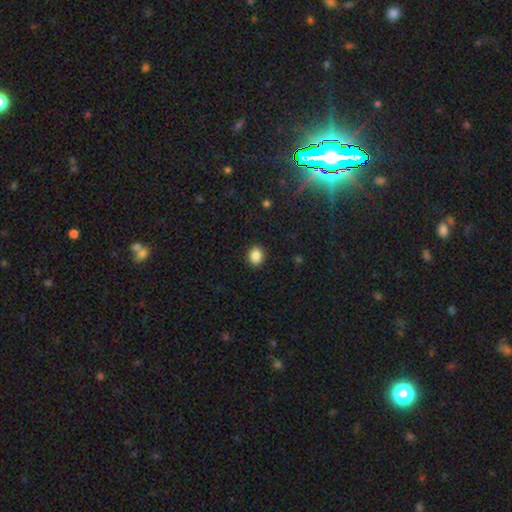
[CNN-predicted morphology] The model was most divided on "how rounded": round: 58%, in between: 41%, cigar-shaped: 1%. More confident: merging — none (90%); smooth or featured — smooth (87%).